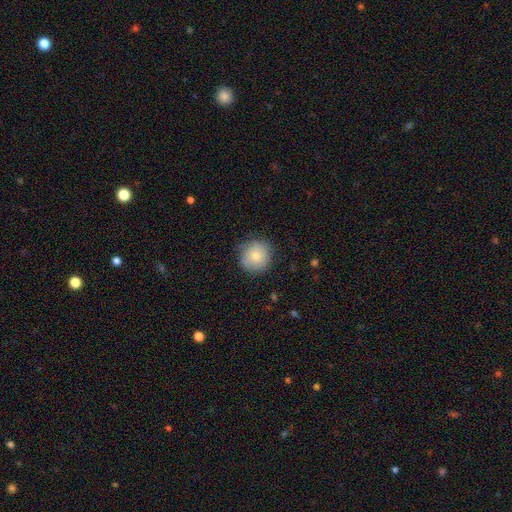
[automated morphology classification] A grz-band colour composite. It shows a smooth galaxy with no disk features (77%) that is round (92%). Merging: none (80%).